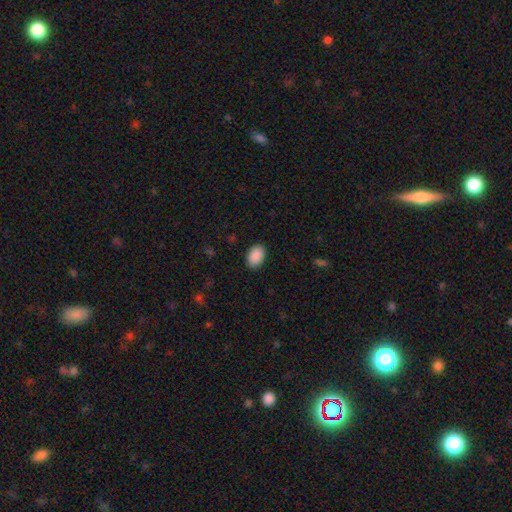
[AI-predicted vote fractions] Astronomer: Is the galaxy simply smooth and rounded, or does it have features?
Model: smooth — 91%.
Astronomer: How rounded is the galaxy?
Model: in between — 88%.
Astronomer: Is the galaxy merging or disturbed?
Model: none — 89%.